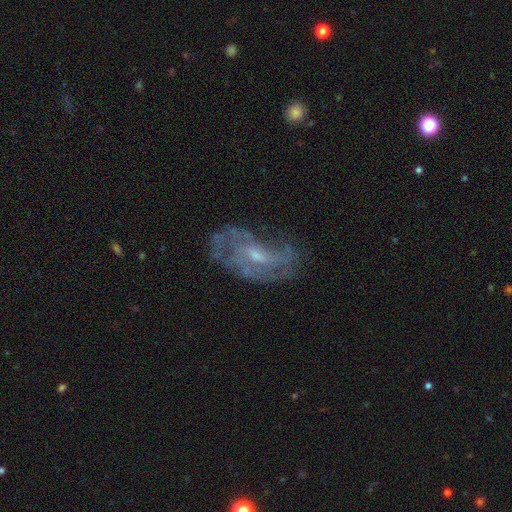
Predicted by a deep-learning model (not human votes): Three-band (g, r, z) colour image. It shows a featured or disk galaxy (77%) with no bar (46%), medium (42%) spiral arms (81%) and a small central bulge (54%). Merging: none (54%).